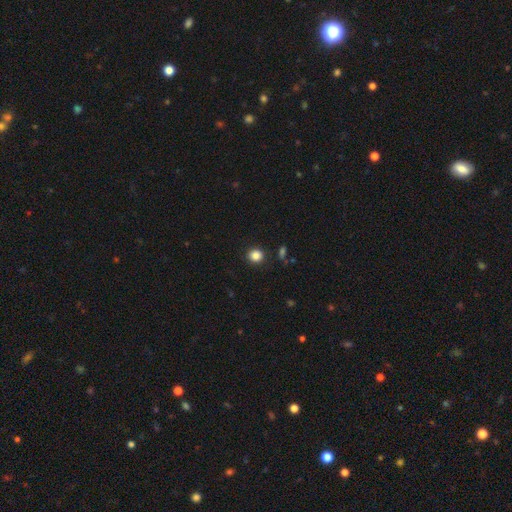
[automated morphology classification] Smooth or featured? Predicted: smooth (p=0.85). How rounded? Predicted: round (p=0.87). Merging? Predicted: none (p=0.90).